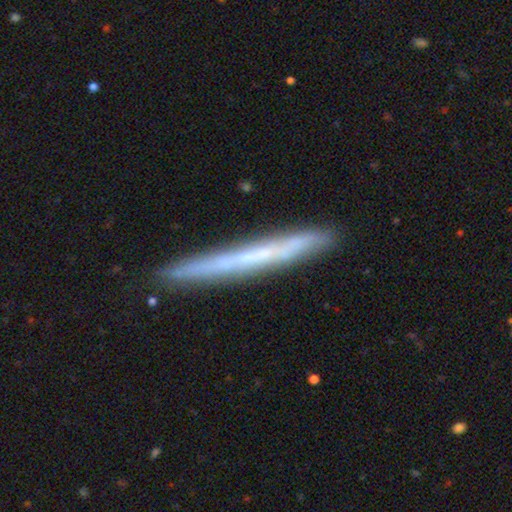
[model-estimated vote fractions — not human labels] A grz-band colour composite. It shows a featured or disk galaxy (57%) viewed edge-on (94%) with no central bulge (87%). Merging: none (88%).